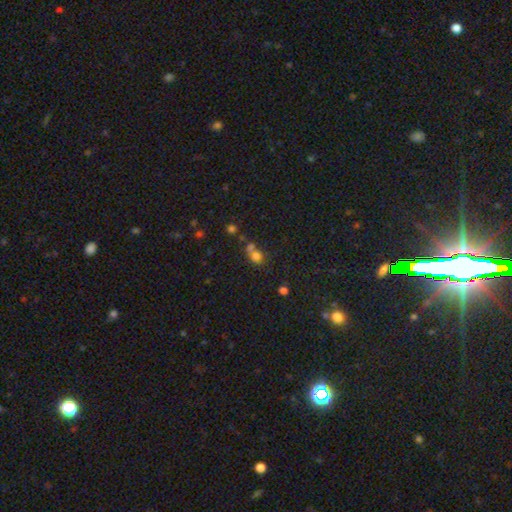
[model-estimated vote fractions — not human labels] Smooth or featured? smooth (71%)
How rounded? round (75%)
Merging? merger (43%)